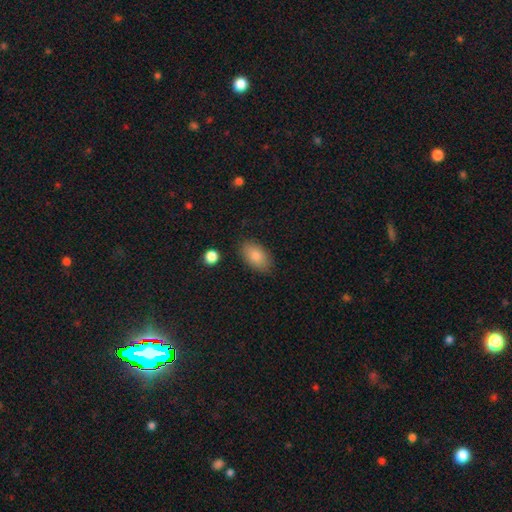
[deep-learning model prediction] Overall: smooth (85%). How rounded: in between (93%). Merging: none (84%).